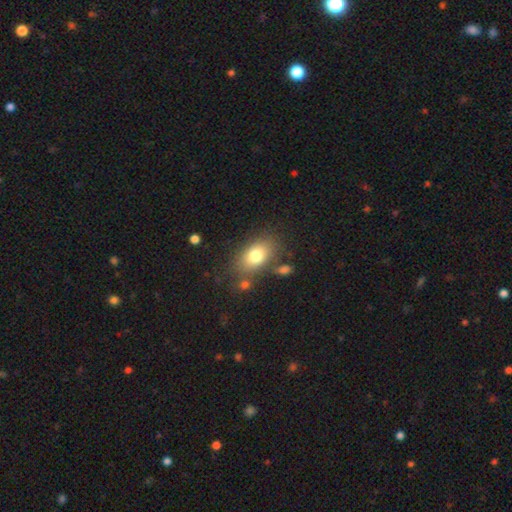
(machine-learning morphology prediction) This is likely a smooth galaxy (77%). How rounded: clearly in between (85%). Merging: likely none (73%).